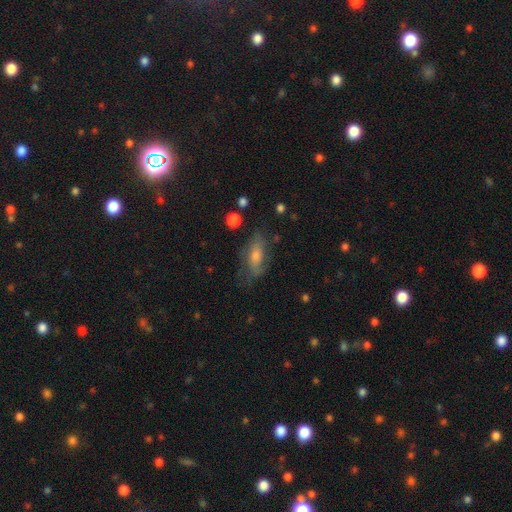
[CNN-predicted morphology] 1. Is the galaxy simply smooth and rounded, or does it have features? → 44% featured or disk, 43% smooth, 12% star or artifact.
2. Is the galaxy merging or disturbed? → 62% none, 23% minor disturbance, 12% major disturbance, 2% merger.